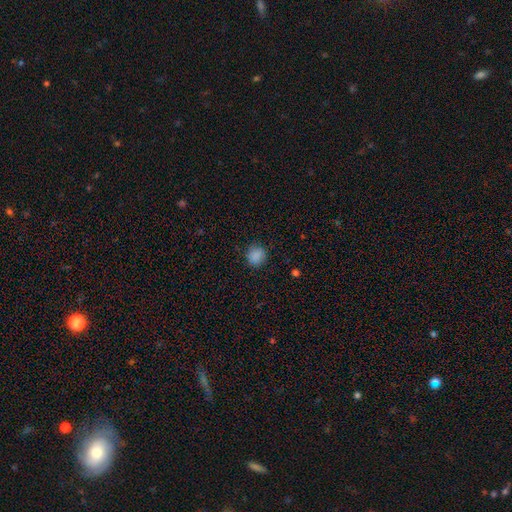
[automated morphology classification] A smooth galaxy with no disk features (87%) that is round (83%). Merging: none (86%).